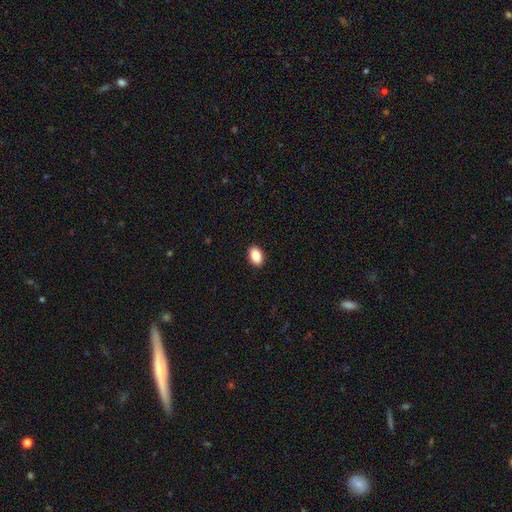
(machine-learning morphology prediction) Smooth or featured? smooth (86%)
How rounded? in between (88%)
Merging? none (91%)